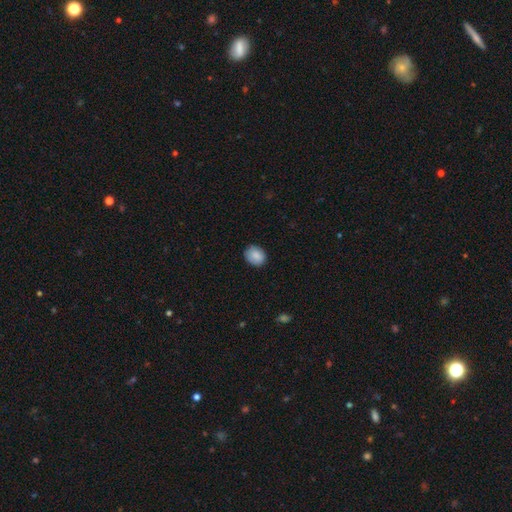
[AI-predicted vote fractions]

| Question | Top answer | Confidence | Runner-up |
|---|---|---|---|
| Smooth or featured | smooth | 87% | star or artifact (7%) |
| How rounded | round | 56% | in between (43%) |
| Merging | none | 84% | minor disturbance (12%) |